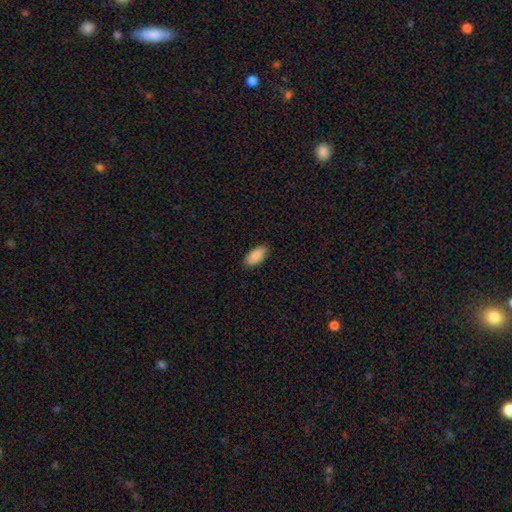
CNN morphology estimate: The model was most divided on "merging": none: 89%, minor disturbance: 8%, major disturbance: 2%, merger: 1%. More confident: how rounded — in between (93%); smooth or featured — smooth (88%).